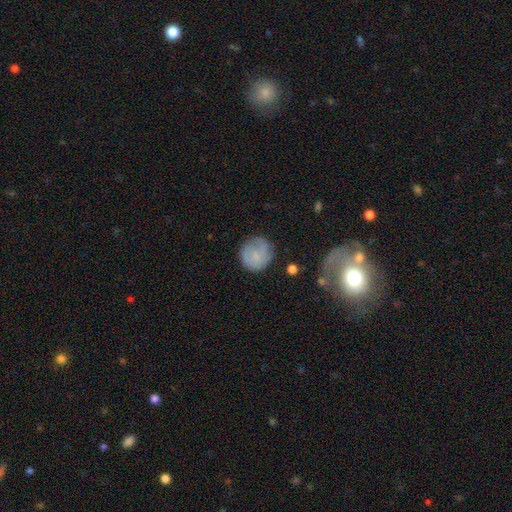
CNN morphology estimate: smooth_or_featured: smooth (p=0.74) [alt: featured or disk p=0.19]
how_rounded: round (p=0.92) [alt: in between p=0.07]
merging: none (p=0.76) [alt: minor disturbance p=0.17]